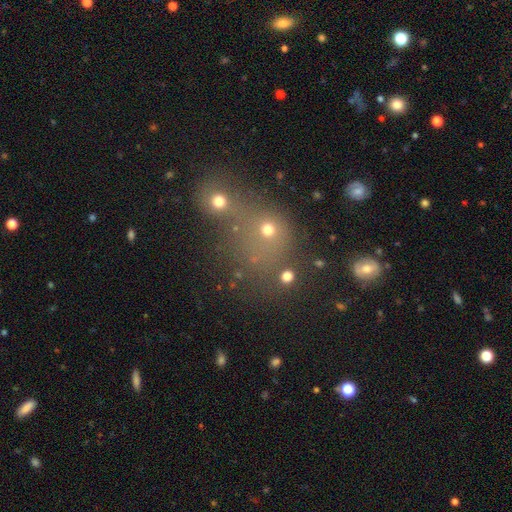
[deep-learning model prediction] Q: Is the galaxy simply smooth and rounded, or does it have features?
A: smooth — 45%.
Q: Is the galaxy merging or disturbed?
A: merger — 48%.